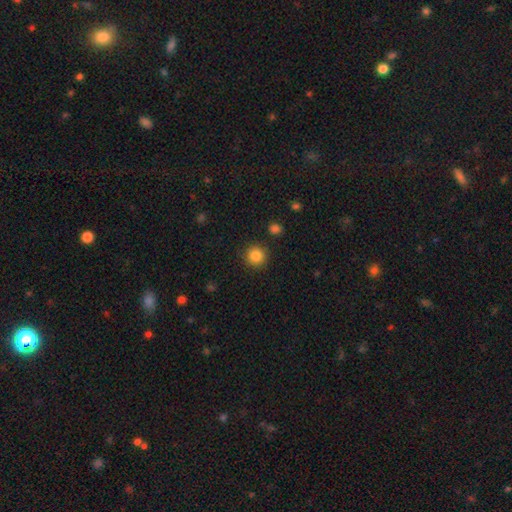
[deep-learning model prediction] smooth-or-featured: smooth: 85% | star or artifact: 11% | featured or disk: 4%
  how-rounded: round: 94% | in between: 5% | cigar-shaped: 1%
  merging: none: 89% | minor disturbance: 6% | major disturbance: 2% | merger: 2%